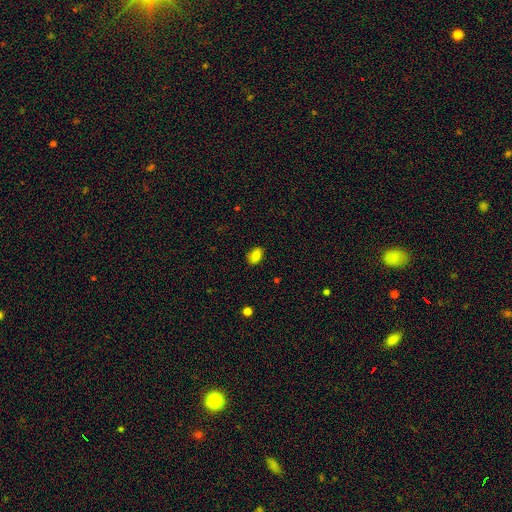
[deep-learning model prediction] Overall: smooth (85%). How rounded: in between (86%). Merging: none (82%).